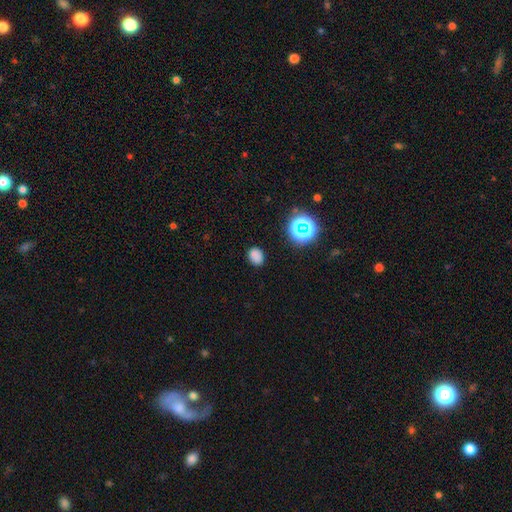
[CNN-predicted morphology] A smooth galaxy with no disk features (74%) that is in between round and cigar-shaped (51%).

Vote fractions:
- Smooth or featured? smooth: 74% / star or artifact: 20% / featured or disk: 6%
- How rounded? in between: 51% / round: 48% / cigar-shaped: 1%
- Merging? none: 81% / minor disturbance: 13% / major disturbance: 4% / merger: 2%